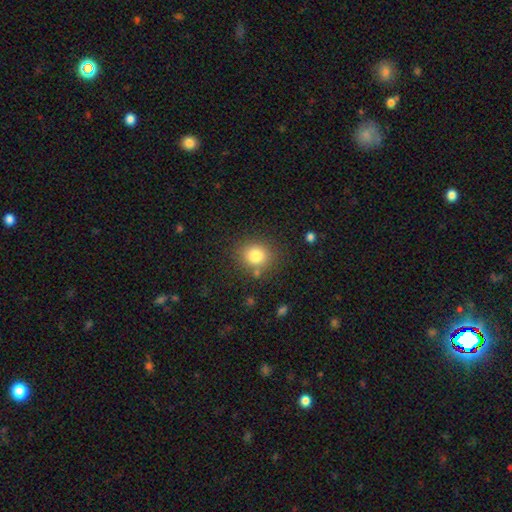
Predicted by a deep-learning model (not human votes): Q: Smooth or featured?
A: smooth (82%); runner-up: star or artifact (11%)
Q: How rounded?
A: round (77%); runner-up: in between (22%)
Q: Merging?
A: none (80%); runner-up: minor disturbance (11%)